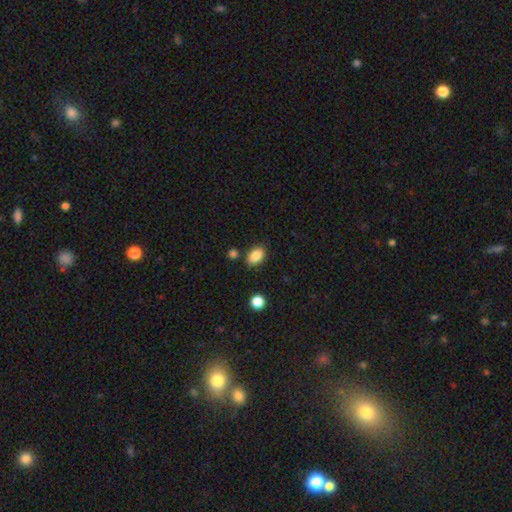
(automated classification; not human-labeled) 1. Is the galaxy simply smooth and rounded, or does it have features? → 87% smooth, 9% star or artifact, 5% featured or disk.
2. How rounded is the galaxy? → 85% in between, 14% round, 1% cigar-shaped.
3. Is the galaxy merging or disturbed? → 82% none, 11% minor disturbance, 4% merger, 3% major disturbance.